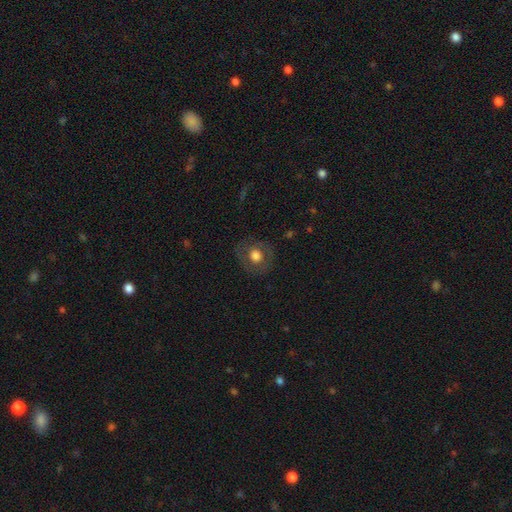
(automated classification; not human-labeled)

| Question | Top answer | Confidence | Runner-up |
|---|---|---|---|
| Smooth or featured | smooth | 62% | featured or disk (29%) |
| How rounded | round | 82% | in between (17%) |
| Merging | none | 83% | minor disturbance (11%) |